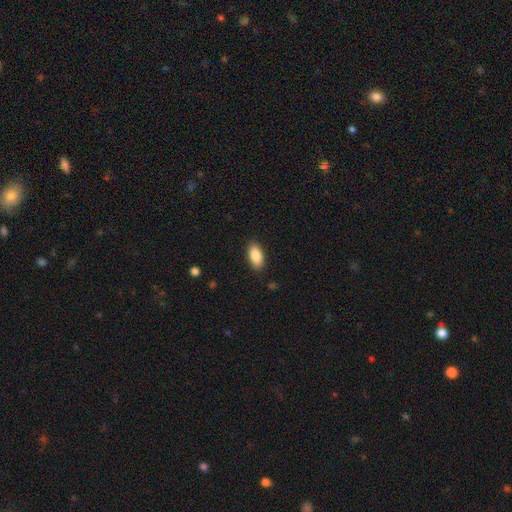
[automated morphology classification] The model was most divided on "merging": none: 88%, minor disturbance: 9%, major disturbance: 2%, merger: 1%. More confident: how rounded — in between (91%); smooth or featured — smooth (87%).